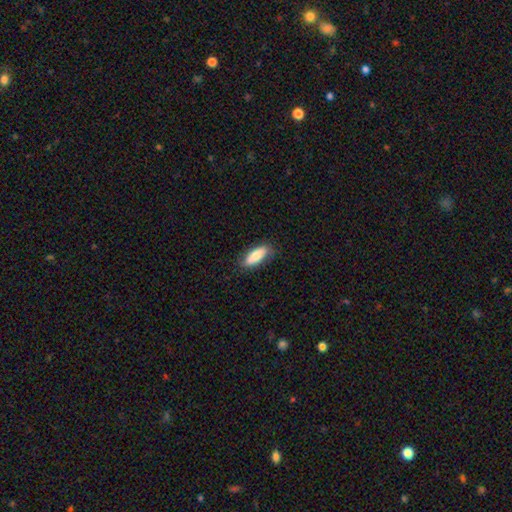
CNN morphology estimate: A smooth galaxy with no disk features (78%) that is in between round and cigar-shaped (72%).

Vote fractions:
- Smooth or featured? smooth: 78% / featured or disk: 16% / star or artifact: 6%
- How rounded? in between: 72% / cigar-shaped: 26% / round: 2%
- Merging? none: 78% / minor disturbance: 17% / major disturbance: 4% / merger: 1%